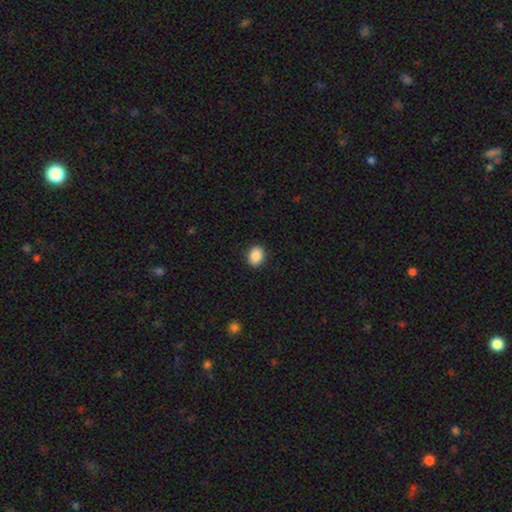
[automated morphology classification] smooth 89%, star or artifact 8%, featured or disk 3%. Down the decision tree: how rounded — in between (62%); merging — none (90%).